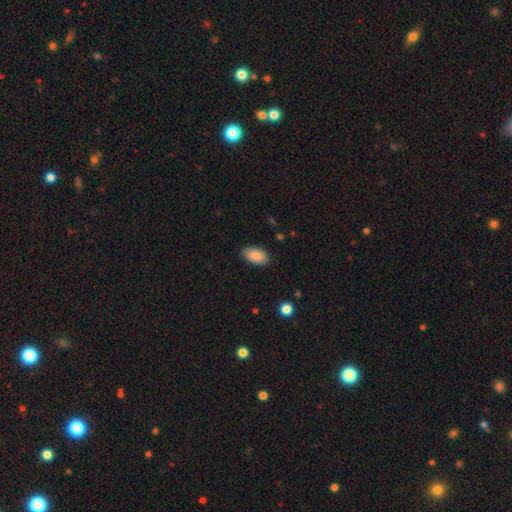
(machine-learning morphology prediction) Overall: smooth (88%). How rounded: in between (94%). Merging: none (87%).